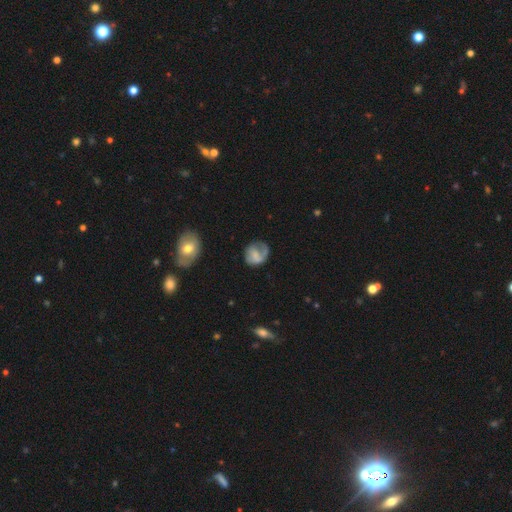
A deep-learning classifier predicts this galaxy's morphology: Smooth or featured: smooth — 54% (featured or disk — 37%)
How rounded: round — 62% (in between — 36%)
Merging: none — 48% (minor disturbance — 26%)